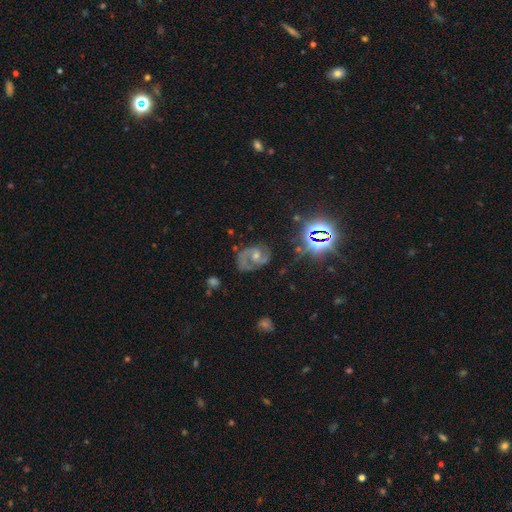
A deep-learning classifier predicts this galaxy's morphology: Smooth or featured? Predicted: featured or disk (p=0.73). Edge-on disk? Predicted: no (p=0.97). Bar? Predicted: no (p=0.52). Spiral arms? Predicted: yes (p=0.93). Spiral winding? Predicted: medium (p=0.50). Spiral arm count? Predicted: 2 (p=0.73). Bulge size? Predicted: moderate (p=0.56). Merging? Predicted: none (p=0.63).